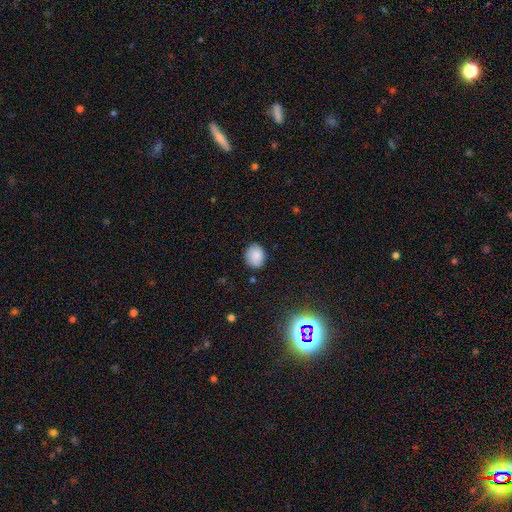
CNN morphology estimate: Smooth or featured?
  - smooth: 87% *
  - star or artifact: 9%
  - featured or disk: 4%
How rounded?
  - round: 54% *
  - in between: 45%
  - cigar-shaped: 1%
Merging?
  - none: 84% *
  - minor disturbance: 12%
  - major disturbance: 2%
  - merger: 1%